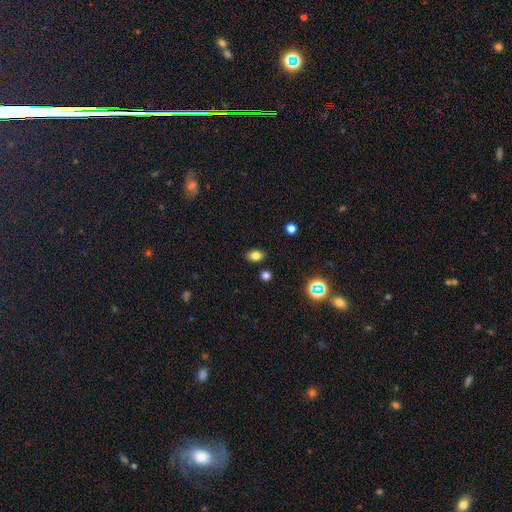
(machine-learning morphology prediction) Overall: smooth (78%). How rounded: in between (78%). Merging: none (86%).